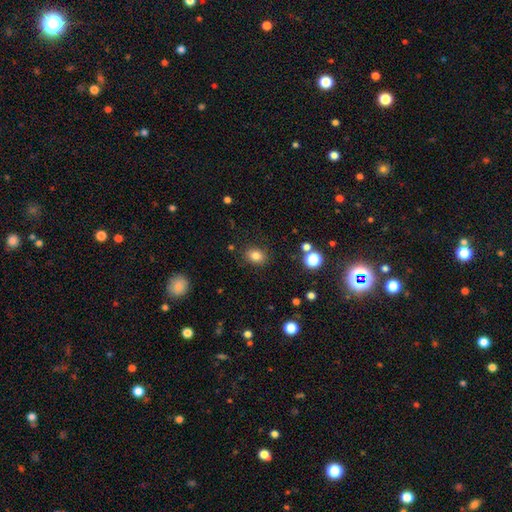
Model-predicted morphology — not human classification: Q: Smooth or featured?
A: smooth (81%); runner-up: star or artifact (12%)
Q: How rounded?
A: in between (57%); runner-up: round (42%)
Q: Merging?
A: none (86%); runner-up: minor disturbance (9%)